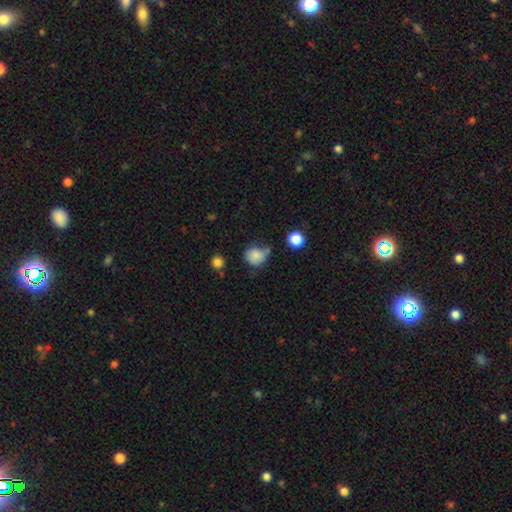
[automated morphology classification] A smooth galaxy with no disk features (83%) that is round (80%). Merging: none (51%).